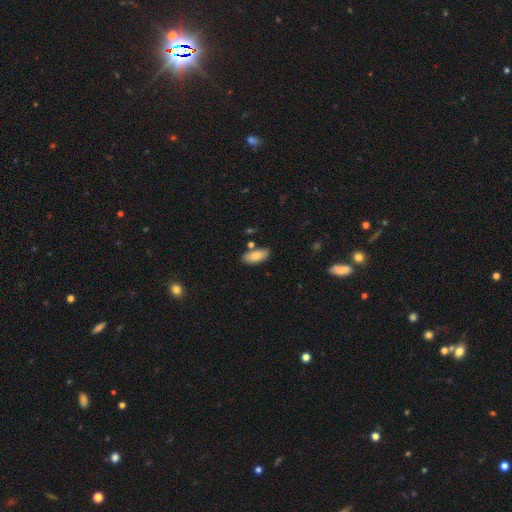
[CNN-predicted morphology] A smooth galaxy with no disk features (82%) that is in between round and cigar-shaped (87%).

Vote fractions:
- Smooth or featured? smooth: 82% / featured or disk: 11% / star or artifact: 7%
- How rounded? in between: 87% / cigar-shaped: 11% / round: 2%
- Merging? none: 77% / minor disturbance: 14% / merger: 7% / major disturbance: 3%